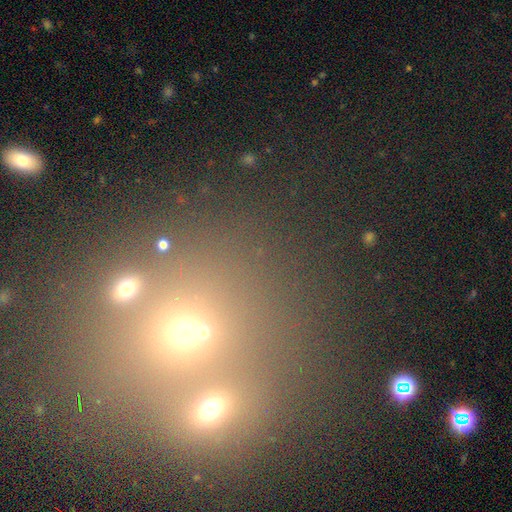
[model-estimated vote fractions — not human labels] Smooth or featured? smooth (45%)
Merging? none (52%)